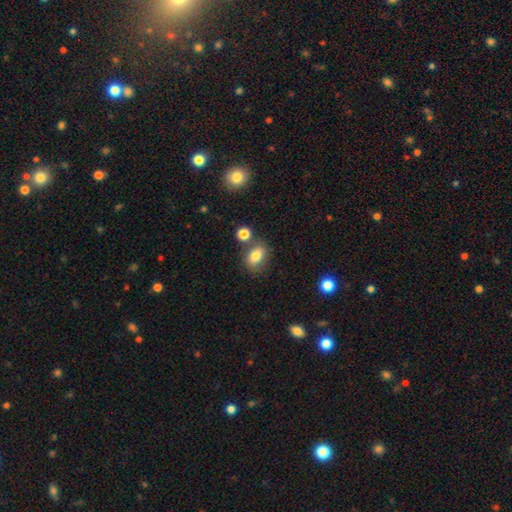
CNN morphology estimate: smooth-or-featured: smooth: 79% | featured or disk: 11% | star or artifact: 10%
  how-rounded: in between: 70% | round: 28% | cigar-shaped: 2%
  merging: none: 67% | minor disturbance: 14% | merger: 14% | major disturbance: 4%